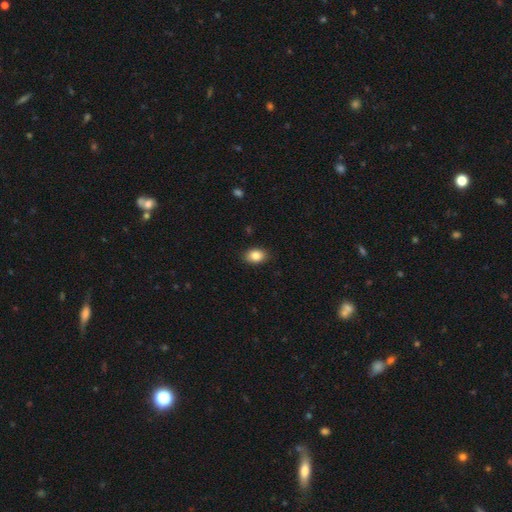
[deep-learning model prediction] Q: Smooth or featured?
A: smooth (85%); runner-up: star or artifact (8%)
Q: How rounded?
A: in between (78%); runner-up: round (21%)
Q: Merging?
A: none (88%); runner-up: minor disturbance (9%)